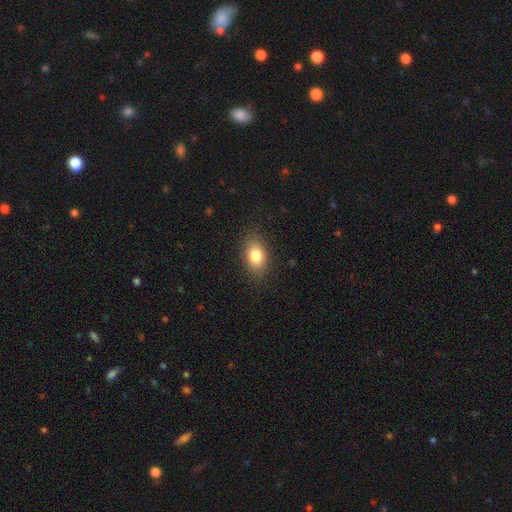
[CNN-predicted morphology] smooth 81%, featured or disk 10%, star or artifact 9%. Down the decision tree: how rounded — in between (81%); merging — none (85%).